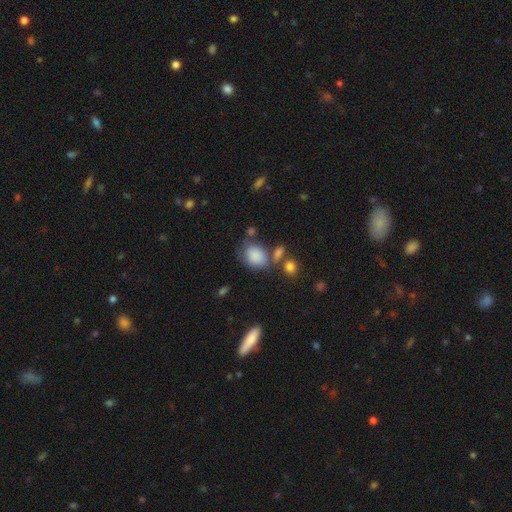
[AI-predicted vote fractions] The model was most divided on "merging": none: 48%, minor disturbance: 23%, merger: 18%, major disturbance: 11%. More confident: smooth or featured — smooth (83%); how rounded — in between (64%).